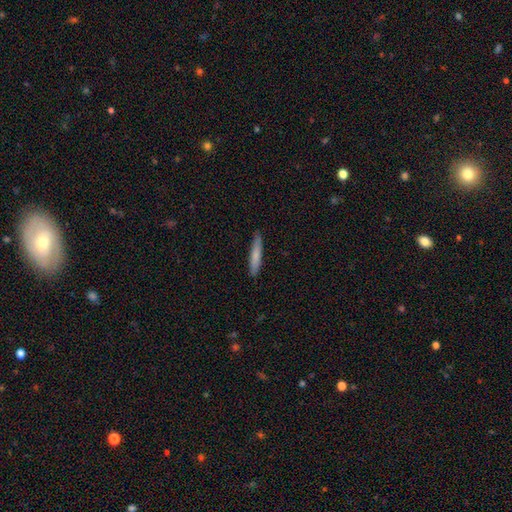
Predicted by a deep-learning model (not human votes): smooth_or_featured: smooth (p=0.73) [alt: featured or disk p=0.21]
how_rounded: cigar-shaped (p=0.93) [alt: in between p=0.06]
merging: none (p=0.89) [alt: minor disturbance p=0.09]